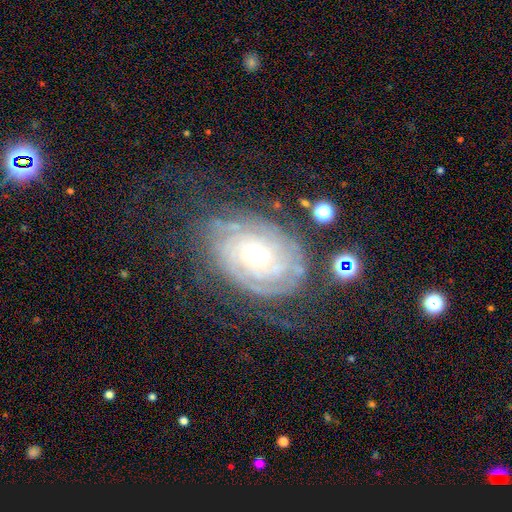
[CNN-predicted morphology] smooth_or_featured: featured or disk (p=0.83) [alt: smooth p=0.10]
disk_edge_on: no (p=0.95) [alt: yes p=0.05]
bar: no (p=0.69) [alt: weak p=0.23]
has_spiral_arms: yes (p=0.93) [alt: no p=0.07]
spiral_winding: tight (p=0.76) [alt: medium p=0.19]
spiral_arm_count: can't tell (p=0.46) [alt: 2 p=0.17]
bulge_size: moderate (p=0.64) [alt: small p=0.23]
merging: none (p=0.66) [alt: minor disturbance p=0.19]